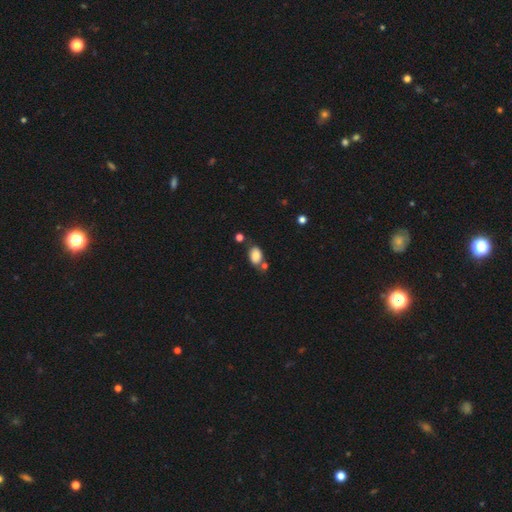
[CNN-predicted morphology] type=smooth (84%); roundness=in between (86%); merging=none (64%).